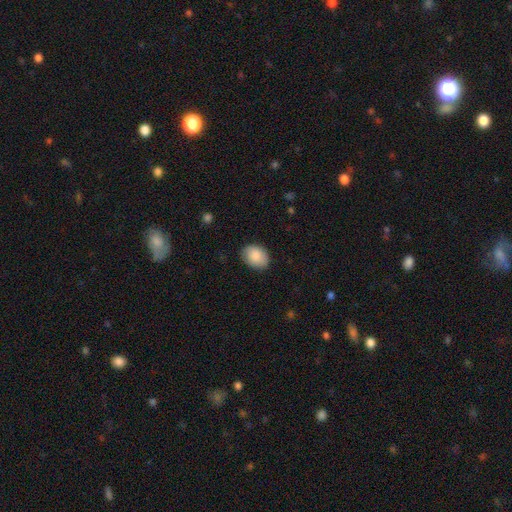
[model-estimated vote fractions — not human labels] smooth_or_featured: smooth (p=0.87) [alt: star or artifact p=0.07]
how_rounded: in between (p=0.71) [alt: round p=0.28]
merging: none (p=0.84) [alt: minor disturbance p=0.12]